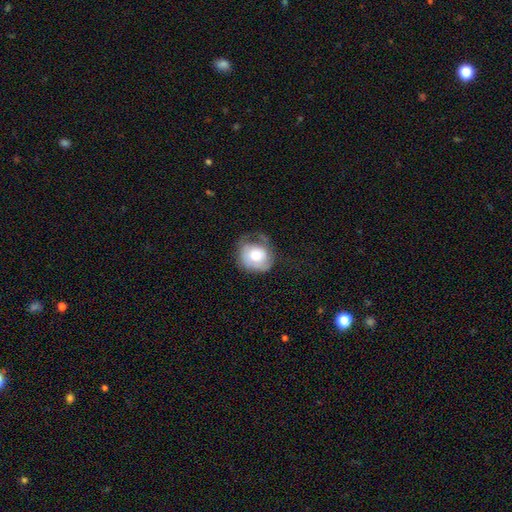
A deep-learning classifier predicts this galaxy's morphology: A smooth galaxy with no disk features (60%) that is round (68%). Merging: none (39%).